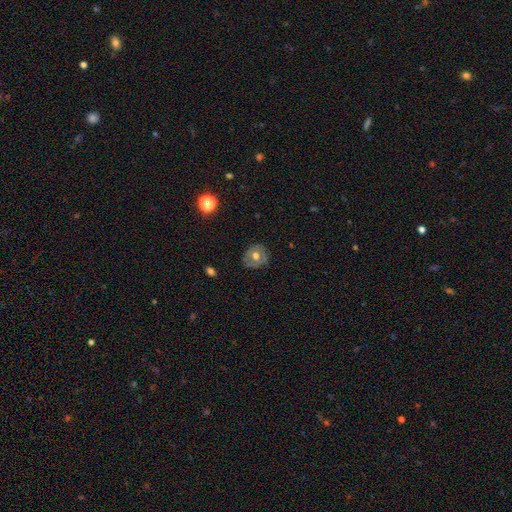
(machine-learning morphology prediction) type=smooth (46%); merging=none (77%).